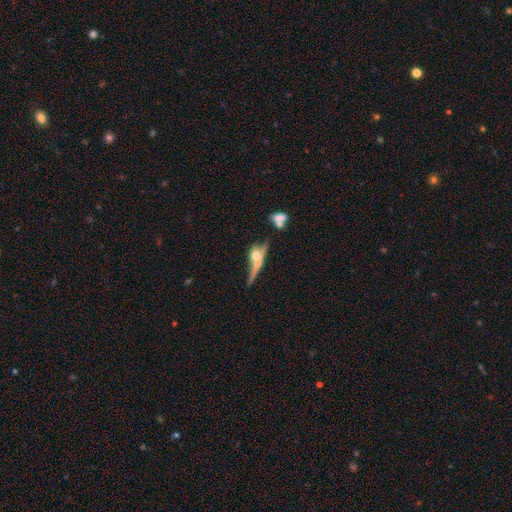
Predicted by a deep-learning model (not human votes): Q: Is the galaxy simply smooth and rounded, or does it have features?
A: featured or disk — 50%.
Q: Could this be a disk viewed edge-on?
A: yes — 67%.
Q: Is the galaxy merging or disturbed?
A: merger — 38%.